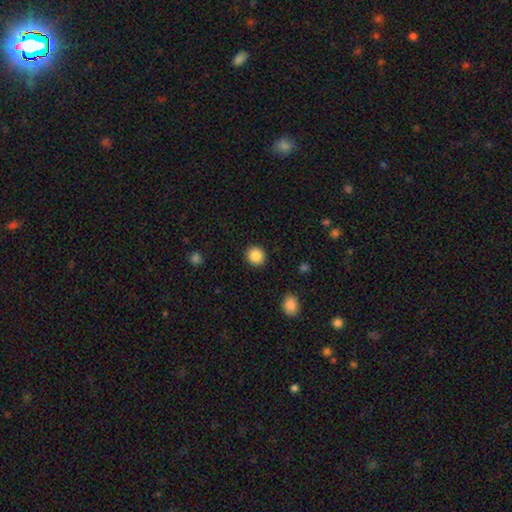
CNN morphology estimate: A smooth galaxy with no disk features (87%) that is round (88%). Merging: none (92%).